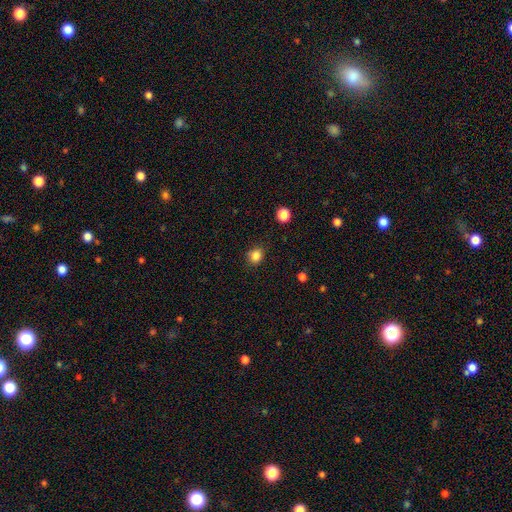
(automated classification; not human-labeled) smooth_or_featured: smooth (p=0.84) [alt: star or artifact p=0.12]
how_rounded: round (p=0.74) [alt: in between p=0.25]
merging: none (p=0.86) [alt: minor disturbance p=0.10]